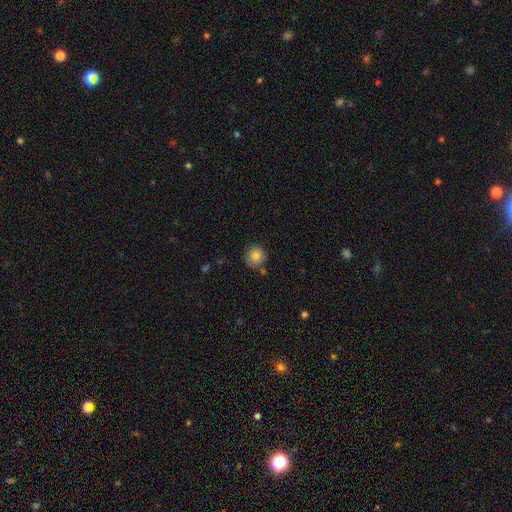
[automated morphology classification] type=smooth (82%); roundness=round (92%); merging=none (82%).